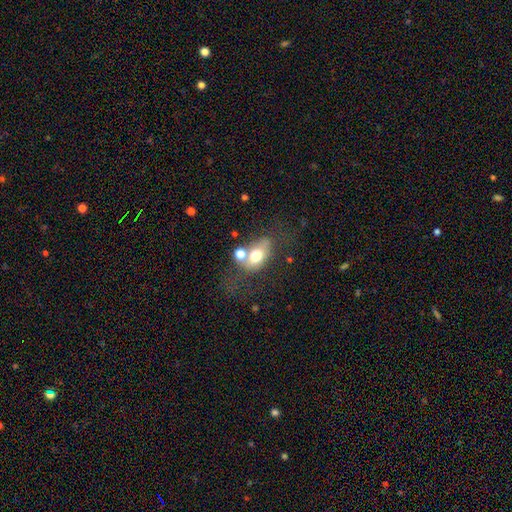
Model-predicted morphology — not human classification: Q: Smooth or featured?
A: smooth (63%); runner-up: featured or disk (27%)
Q: How rounded?
A: in between (77%); runner-up: round (20%)
Q: Merging?
A: none (38%); runner-up: merger (31%)